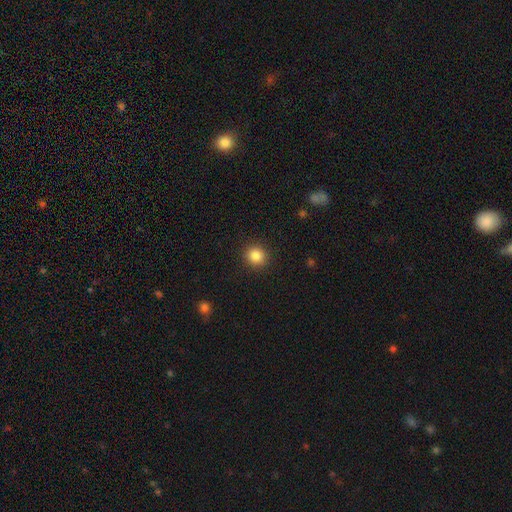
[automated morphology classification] Smooth or featured? smooth (85%)
How rounded? round (89%)
Merging? none (91%)